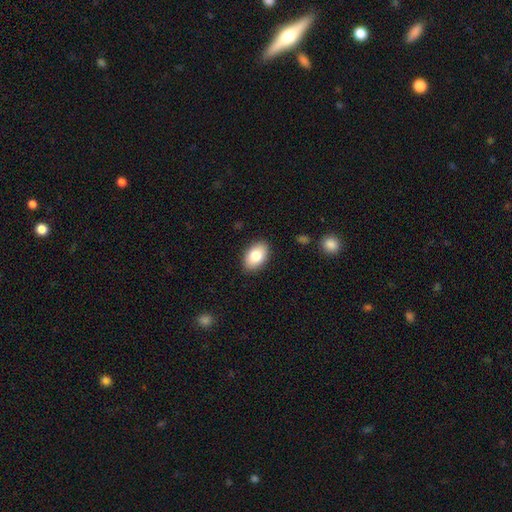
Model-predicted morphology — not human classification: This is clearly a smooth galaxy (81%). How rounded: clearly in between (91%). Merging: clearly none (88%).